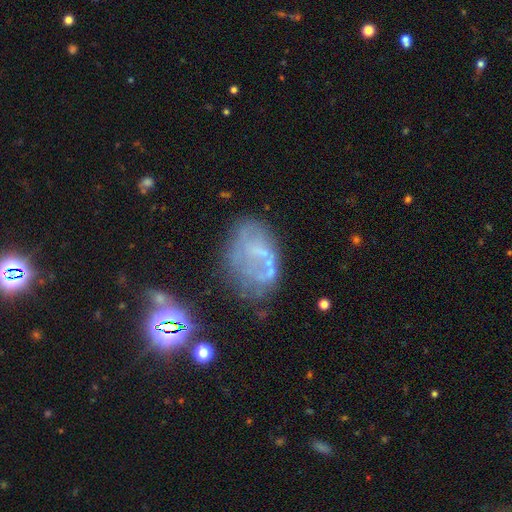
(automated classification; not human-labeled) smooth-or-featured: featured or disk: 53% | smooth: 29% | star or artifact: 18%
  disk-edge-on: no: 97% | yes: 3%
    bar: no: 70% | weak: 22% | strong: 8%
    has-spiral-arms: no: 73% | yes: 27%
    bulge-size: none: 60% | small: 27% | moderate: 10% | large: 2% | dominant: 1%
  merging: none: 45% | minor disturbance: 25% | major disturbance: 22% | merger: 9%